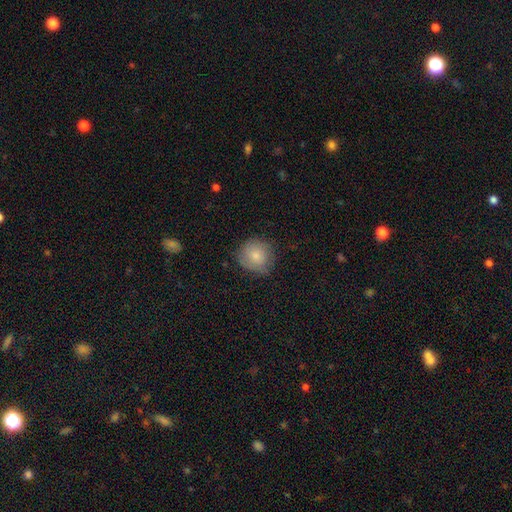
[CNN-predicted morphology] This is clearly a smooth galaxy (81%). How rounded: clearly round (89%). Merging: likely none (76%).